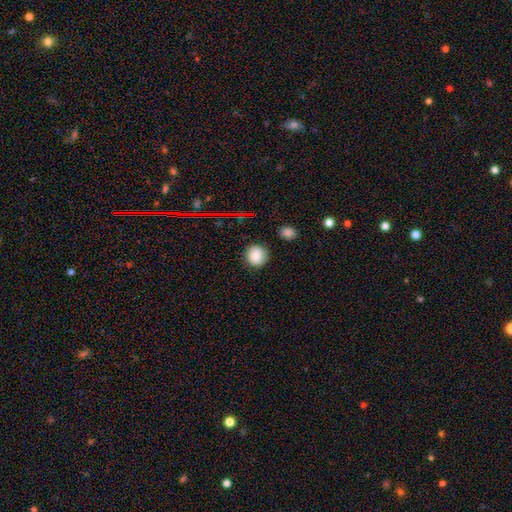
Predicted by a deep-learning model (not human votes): smooth-or-featured: smooth: 82% | star or artifact: 12% | featured or disk: 6%
  how-rounded: round: 87% | in between: 12% | cigar-shaped: 1%
  merging: none: 86% | minor disturbance: 9% | major disturbance: 2% | merger: 2%